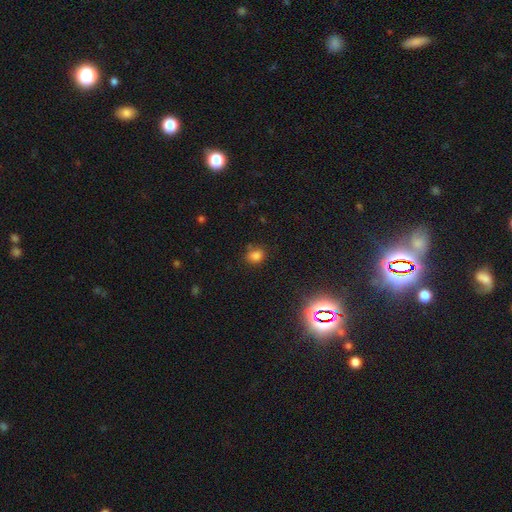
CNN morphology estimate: smooth 77%, star or artifact 17%, featured or disk 6%. Down the decision tree: how rounded — round (55%); merging — none (71%).